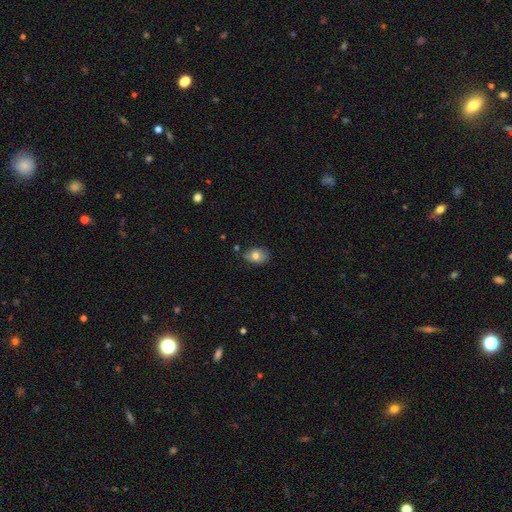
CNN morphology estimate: Smooth or featured? Predicted: smooth (p=0.74). How rounded? Predicted: in between (p=0.69). Merging? Predicted: none (p=0.64).